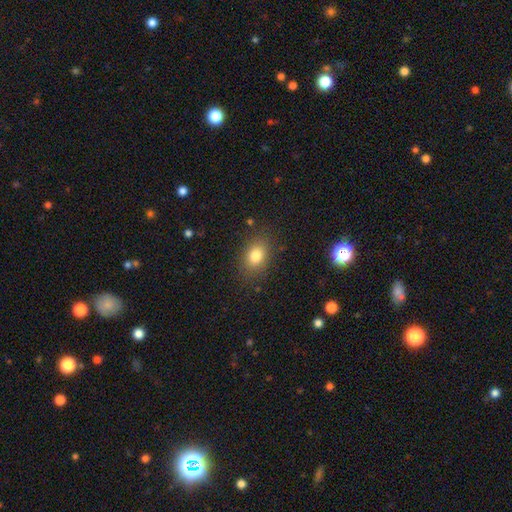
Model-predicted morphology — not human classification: Smooth or featured? Predicted: smooth (p=0.81). How rounded? Predicted: in between (p=0.71). Merging? Predicted: none (p=0.83).